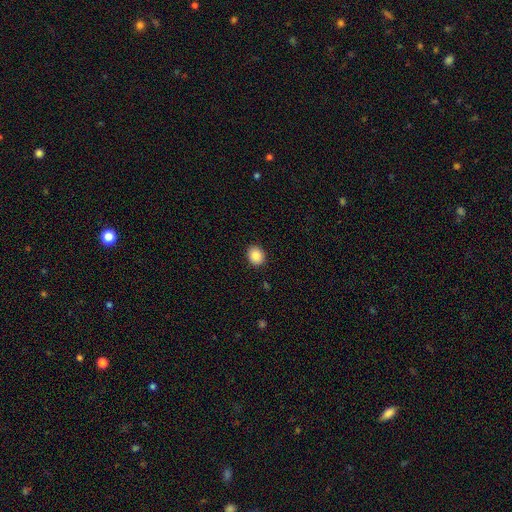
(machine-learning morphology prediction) Q: Smooth or featured?
A: smooth (88%); runner-up: star or artifact (8%)
Q: How rounded?
A: round (63%); runner-up: in between (36%)
Q: Merging?
A: none (90%); runner-up: minor disturbance (7%)